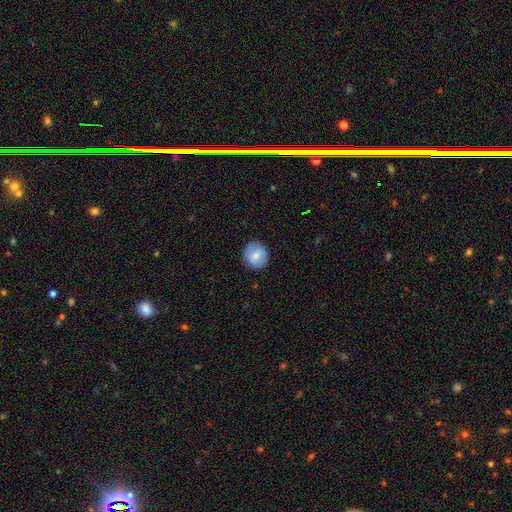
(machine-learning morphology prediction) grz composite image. It shows a smooth galaxy with no disk features (74%) that is round (82%). Merging: none (83%).